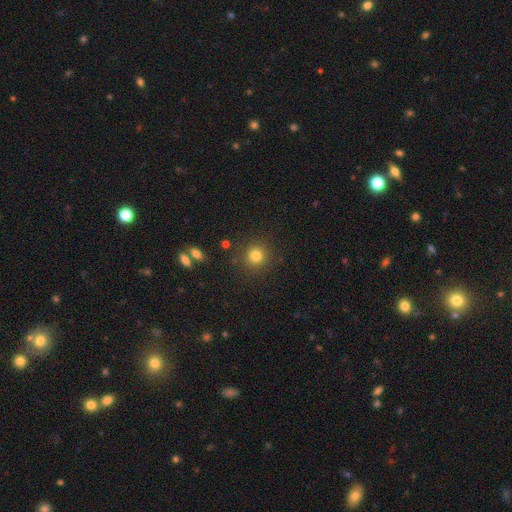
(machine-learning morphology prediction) This appears to be a smooth galaxy with no disk features (81%) that is round (93%). Merging: none (88%).